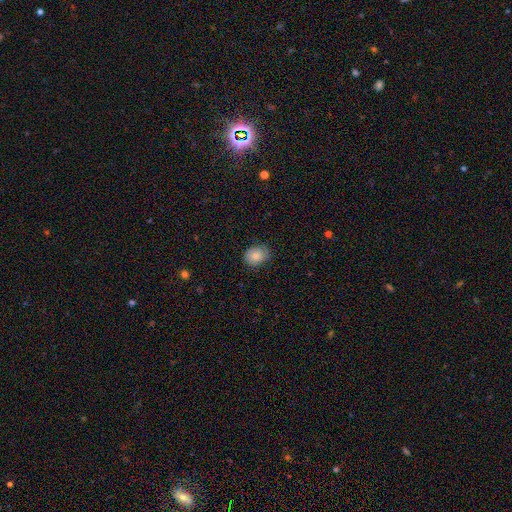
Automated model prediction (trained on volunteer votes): Smooth or featured? smooth (79%)
How rounded? round (51%)
Merging? none (74%)